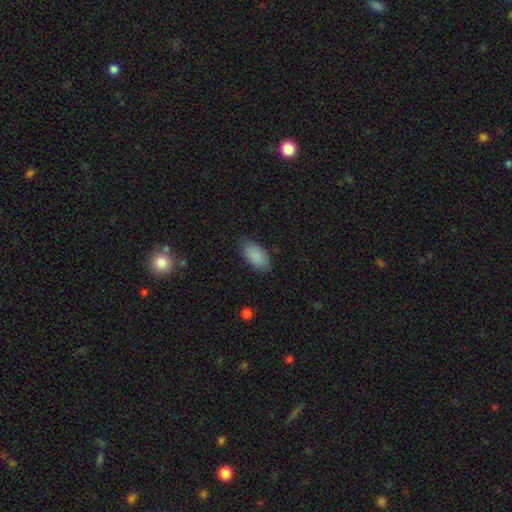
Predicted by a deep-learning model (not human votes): smooth 88%, star or artifact 6%, featured or disk 5%. Down the decision tree: how rounded — in between (94%); merging — none (75%).